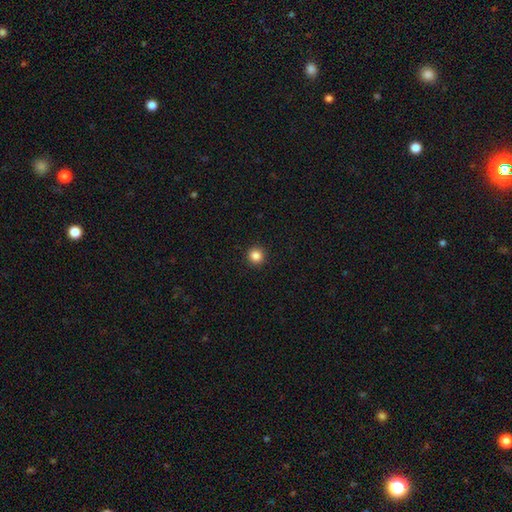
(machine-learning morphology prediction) This appears to be a smooth galaxy with no disk features (85%) that is round (94%). Merging: none (93%).